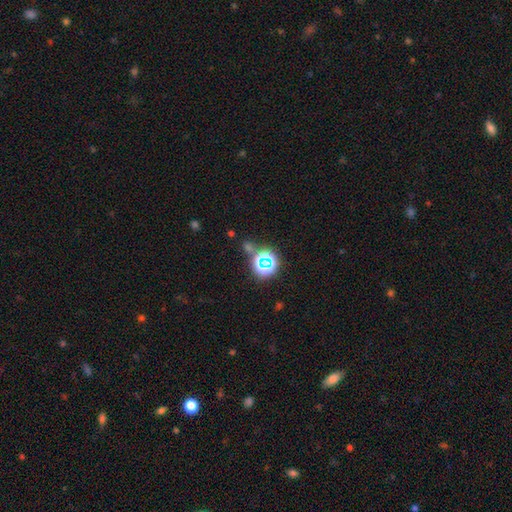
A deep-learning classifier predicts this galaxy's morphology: Smooth or featured: star or artifact — 60% (smooth — 34%)